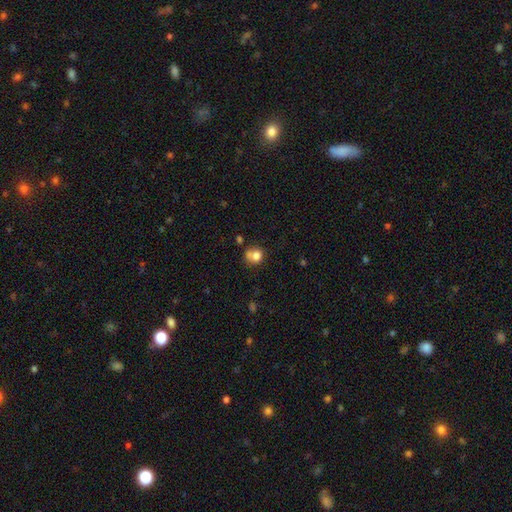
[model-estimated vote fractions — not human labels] Smooth or featured?
  - smooth: 77% *
  - featured or disk: 12%
  - star or artifact: 11%
How rounded?
  - round: 71% *
  - in between: 28%
  - cigar-shaped: 1%
Merging?
  - none: 43% *
  - merger: 29%
  - minor disturbance: 19%
  - major disturbance: 9%